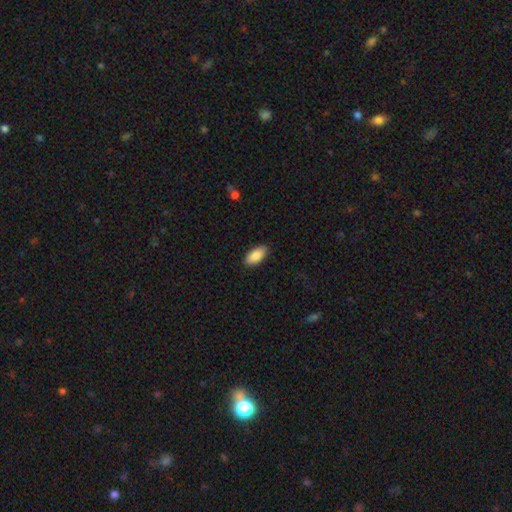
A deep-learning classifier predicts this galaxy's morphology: smooth 89%, star or artifact 6%, featured or disk 5%. Down the decision tree: how rounded — in between (92%); merging — none (89%).